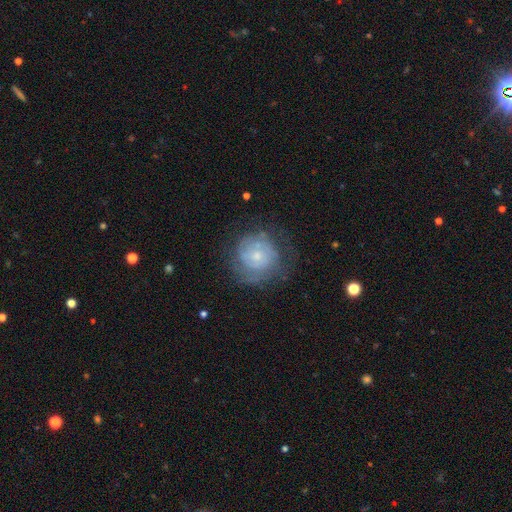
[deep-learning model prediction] Smooth or featured: featured or disk — 60% (smooth — 31%)
Edge-on disk: no — 98% (yes — 2%)
Bar: no — 81% (weak — 16%)
Spiral arms: yes — 75% (no — 25%)
Bulge size: small — 71% (moderate — 23%)
Merging: none — 65% (minor disturbance — 20%)